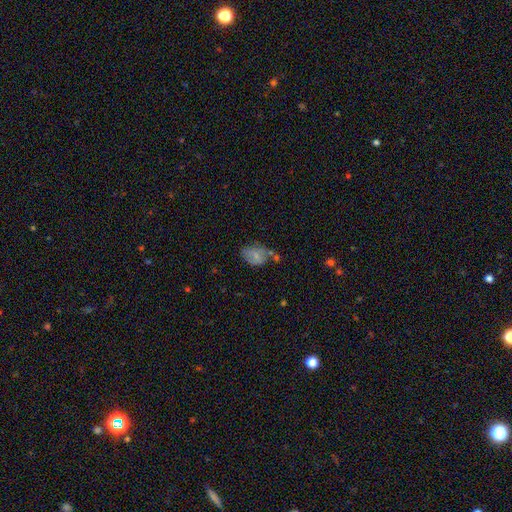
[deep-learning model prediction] The model was most divided on "merging": none: 42%, minor disturbance: 29%, major disturbance: 14%, merger: 14%. More confident: how rounded — in between (81%); smooth or featured — smooth (60%).